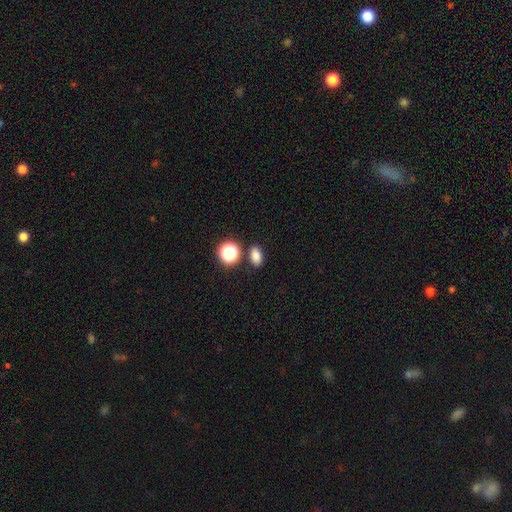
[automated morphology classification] type=smooth (80%); roundness=in between (79%); merging=none (81%).